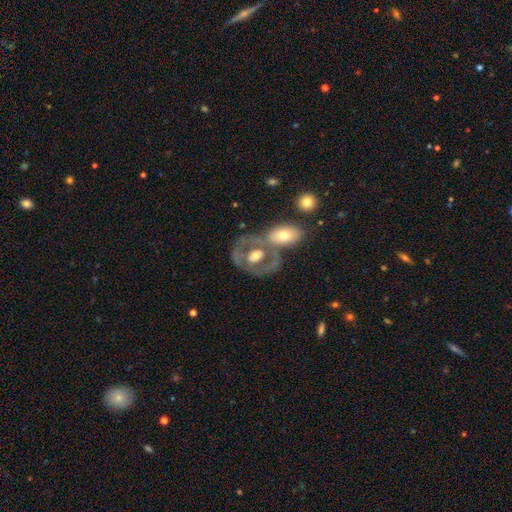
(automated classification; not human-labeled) featured or disk 61%, smooth 32%, star or artifact 7%. Down the decision tree: edge-on disk — no (94%); bar — no (77%); spiral arms — no (78%); bulge size — moderate (65%); merging — none (44%).